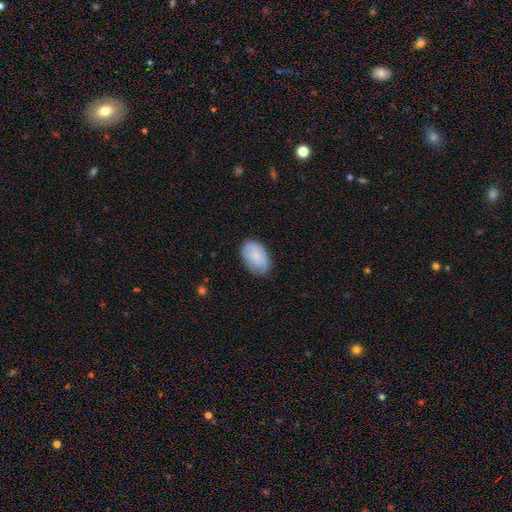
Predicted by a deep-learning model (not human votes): Overall: smooth (82%). How rounded: in between (91%). Merging: none (78%).